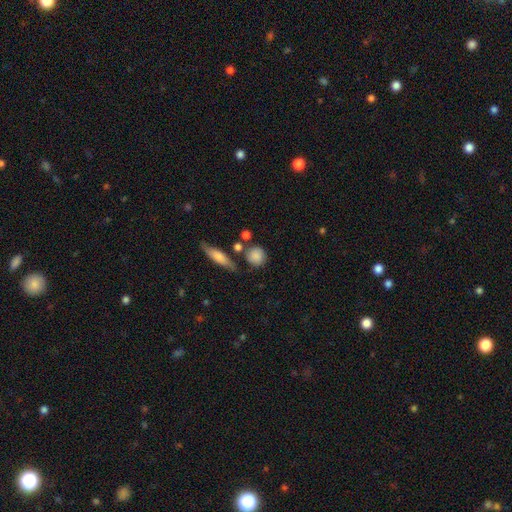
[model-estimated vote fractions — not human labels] smooth-or-featured: smooth: 82% | featured or disk: 10% | star or artifact: 8%
  how-rounded: round: 83% | in between: 13% | cigar-shaped: 4%
  merging: none: 68% | minor disturbance: 16% | merger: 12% | major disturbance: 5%